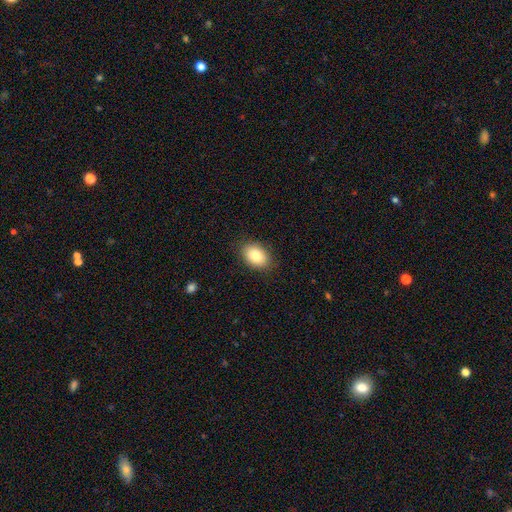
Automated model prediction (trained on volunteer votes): Smooth or featured? smooth (83%)
How rounded? in between (83%)
Merging? none (87%)